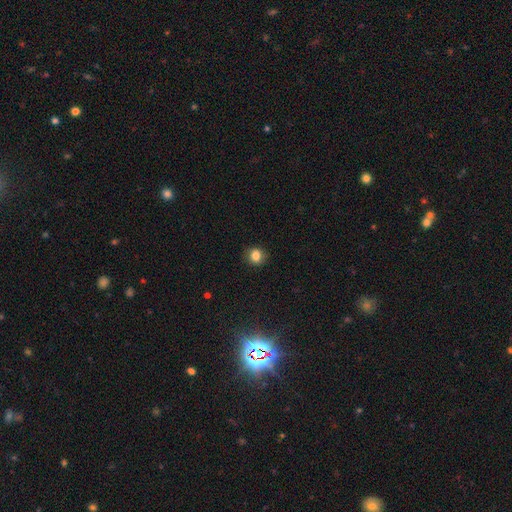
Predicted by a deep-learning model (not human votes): Q: Smooth or featured?
A: smooth (83%); runner-up: star or artifact (11%)
Q: How rounded?
A: round (83%); runner-up: in between (16%)
Q: Merging?
A: none (88%); runner-up: minor disturbance (9%)